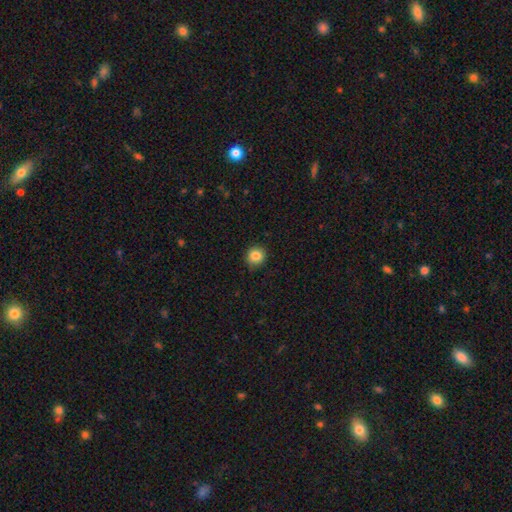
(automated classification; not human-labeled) Q: Smooth or featured?
A: smooth (85%); runner-up: star or artifact (10%)
Q: How rounded?
A: round (88%); runner-up: in between (11%)
Q: Merging?
A: none (88%); runner-up: minor disturbance (9%)